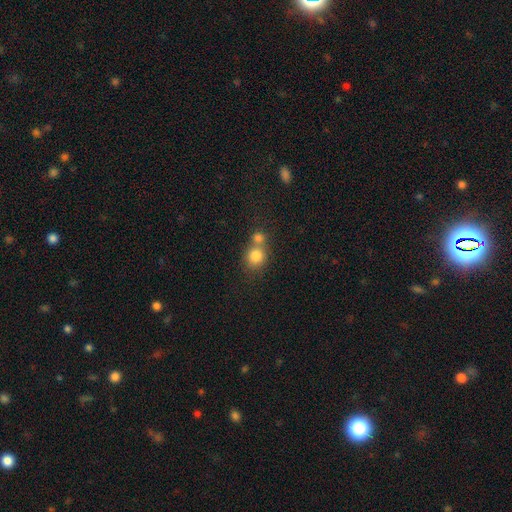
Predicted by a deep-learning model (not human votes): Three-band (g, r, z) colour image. It shows a smooth galaxy with no disk features (81%) that is round (83%). Merging: merger (49%).